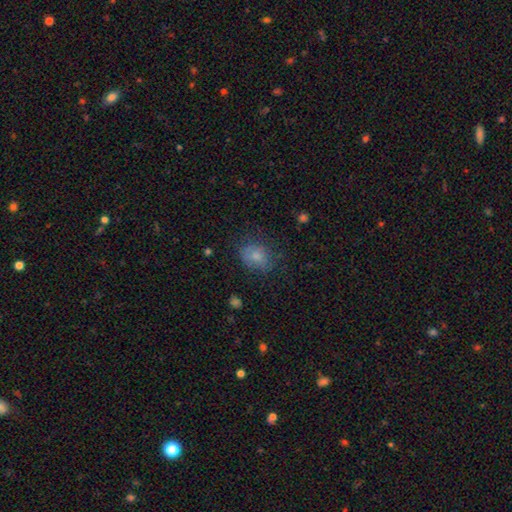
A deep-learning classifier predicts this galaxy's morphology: This is likely a smooth galaxy (75%). How rounded: possibly round (51%). Merging: likely none (66%).